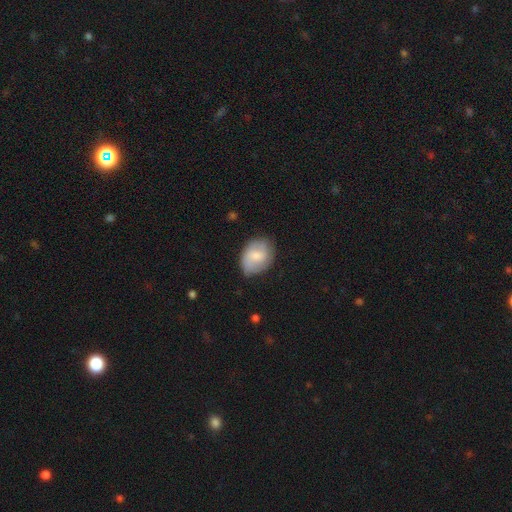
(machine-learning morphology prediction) This is likely a smooth galaxy (62%). How rounded: likely in between (65%). Merging: likely none (70%).